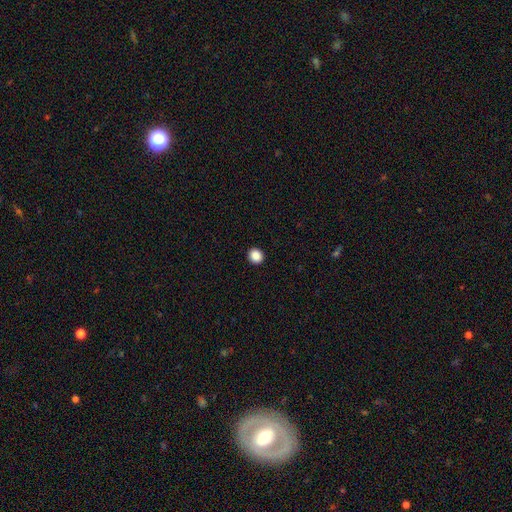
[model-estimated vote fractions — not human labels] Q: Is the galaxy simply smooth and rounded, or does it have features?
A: smooth — 88%.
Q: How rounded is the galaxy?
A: round — 85%.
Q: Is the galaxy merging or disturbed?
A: none — 93%.